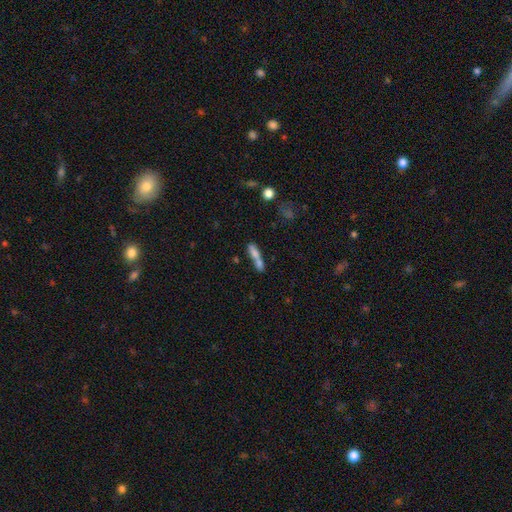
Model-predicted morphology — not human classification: The model was most divided on "merging": merger: 49%, none: 33%, minor disturbance: 12%, major disturbance: 6%. More confident: smooth or featured — smooth (69%); how rounded — cigar-shaped (64%).